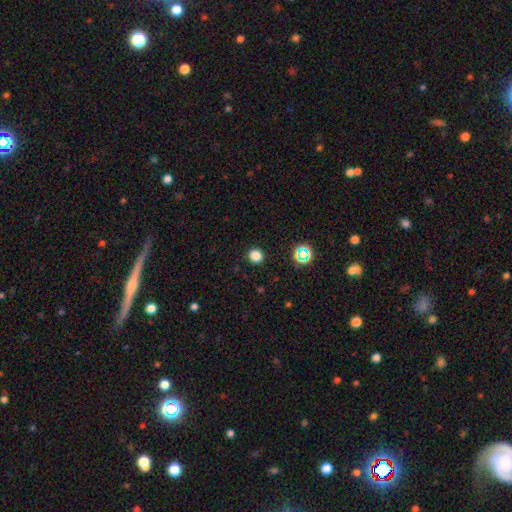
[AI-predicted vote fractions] Q: Smooth or featured?
A: smooth (80%); runner-up: star or artifact (16%)
Q: How rounded?
A: round (89%); runner-up: in between (10%)
Q: Merging?
A: none (92%); runner-up: minor disturbance (5%)